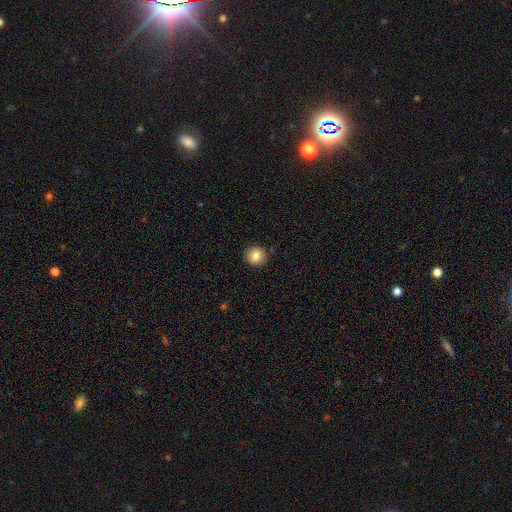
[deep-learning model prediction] Smooth or featured: smooth — 85% (star or artifact — 9%)
How rounded: round — 87% (in between — 12%)
Merging: none — 88% (minor disturbance — 8%)